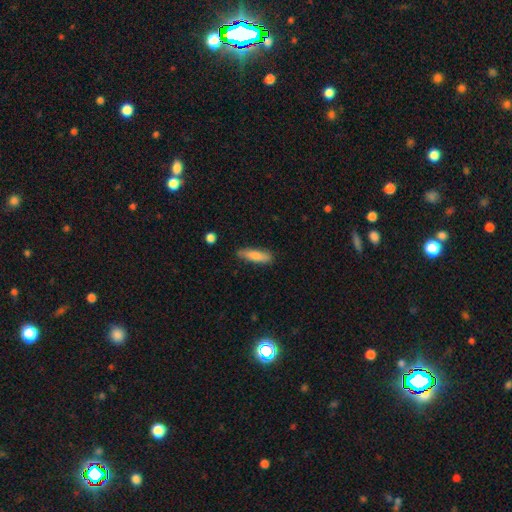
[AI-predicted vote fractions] smooth 83%, featured or disk 11%, star or artifact 6%. Down the decision tree: how rounded — cigar-shaped (62%); merging — none (82%).